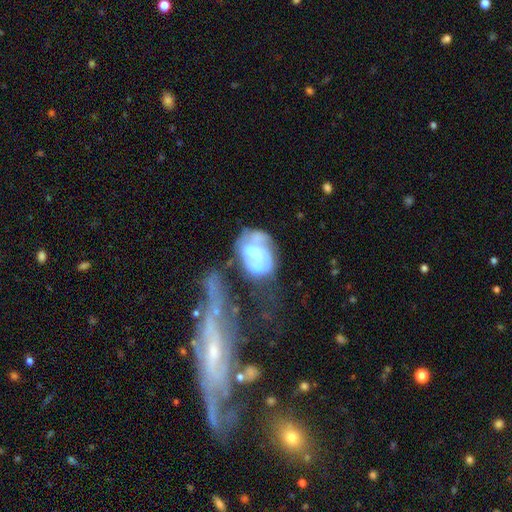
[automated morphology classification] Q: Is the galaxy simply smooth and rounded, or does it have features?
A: featured or disk — 63%.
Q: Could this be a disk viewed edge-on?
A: no — 97%.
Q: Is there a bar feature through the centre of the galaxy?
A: no — 69%.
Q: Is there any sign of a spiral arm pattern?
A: no — 59%.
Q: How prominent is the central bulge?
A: moderate — 39%.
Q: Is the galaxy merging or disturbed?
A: major disturbance — 36%.